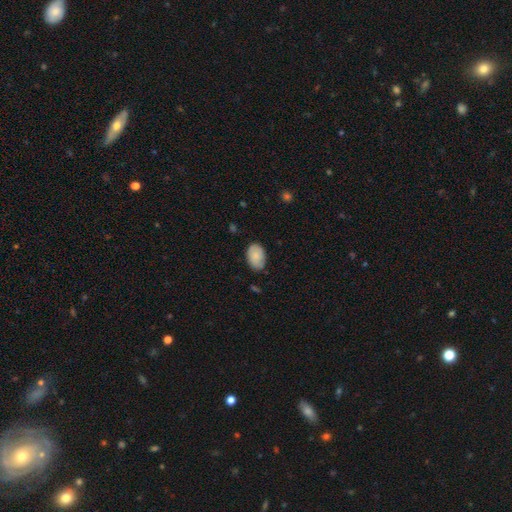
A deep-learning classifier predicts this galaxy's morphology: The model was most divided on "merging": none: 80%, minor disturbance: 16%, major disturbance: 3%, merger: 1%. More confident: how rounded — in between (88%); smooth or featured — smooth (84%).